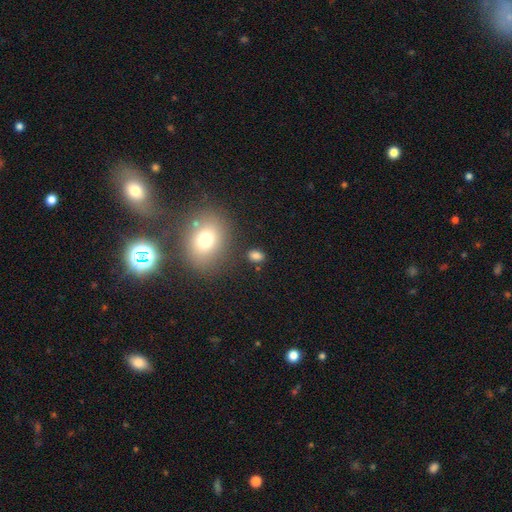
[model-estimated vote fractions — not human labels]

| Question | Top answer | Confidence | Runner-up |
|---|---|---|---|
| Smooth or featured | smooth | 79% | star or artifact (14%) |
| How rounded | in between | 70% | round (28%) |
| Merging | none | 79% | minor disturbance (11%) |